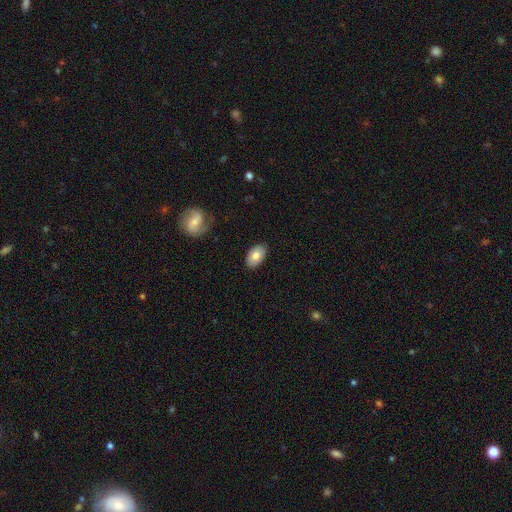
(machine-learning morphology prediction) smooth_or_featured: smooth (p=0.75) [alt: featured or disk p=0.19]
how_rounded: in between (p=0.92) [alt: round p=0.06]
merging: none (p=0.86) [alt: minor disturbance p=0.11]